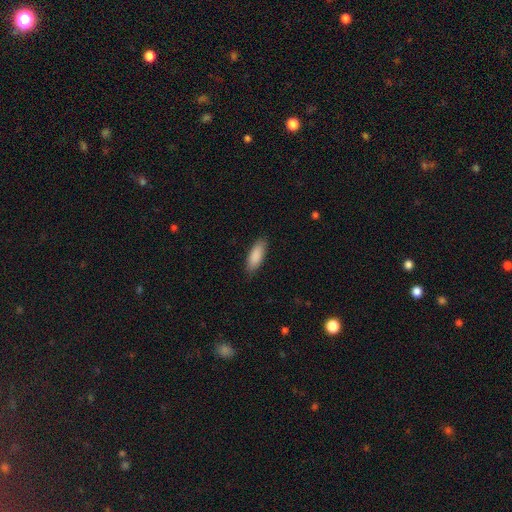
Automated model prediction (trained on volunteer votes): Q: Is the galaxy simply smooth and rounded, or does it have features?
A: smooth — 89%.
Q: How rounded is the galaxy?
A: in between — 70%.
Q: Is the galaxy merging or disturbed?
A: none — 87%.